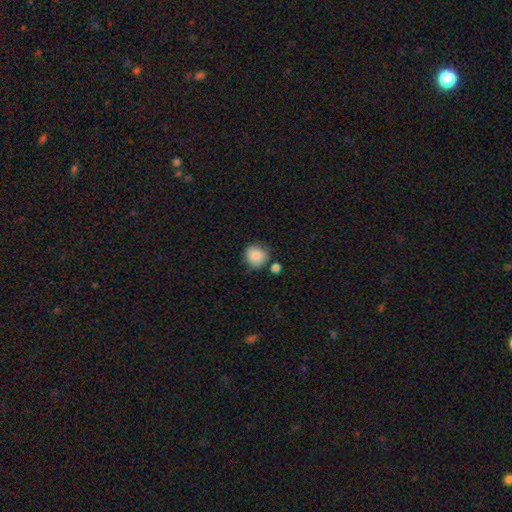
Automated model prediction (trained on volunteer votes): smooth 86%, star or artifact 8%, featured or disk 6%. Down the decision tree: how rounded — round (88%); merging — none (73%).